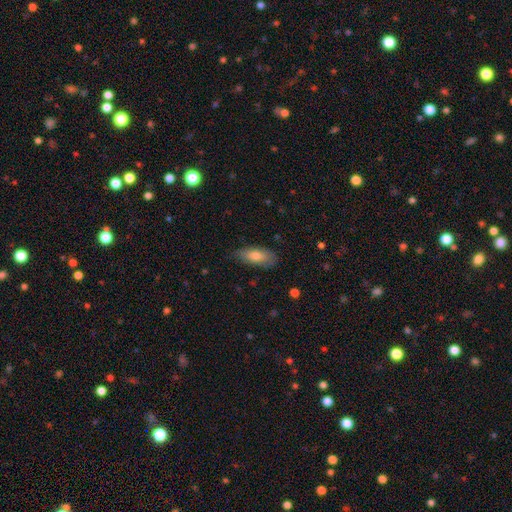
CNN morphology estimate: A smooth galaxy with no disk features (76%) that is in between round and cigar-shaped (79%).

Vote fractions:
- Smooth or featured? smooth: 76% / featured or disk: 17% / star or artifact: 7%
- How rounded? in between: 79% / cigar-shaped: 18% / round: 2%
- Merging? none: 76% / minor disturbance: 20% / major disturbance: 3% / merger: 1%